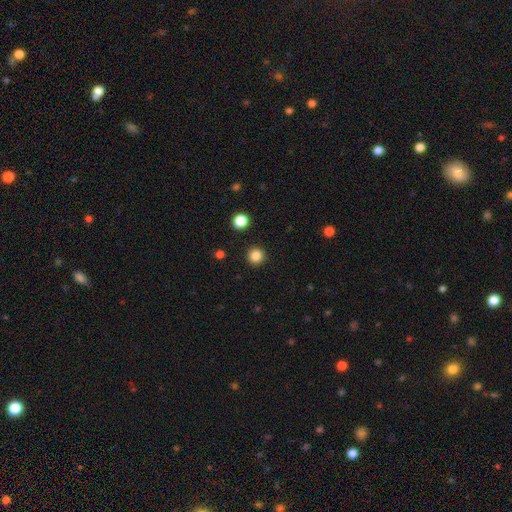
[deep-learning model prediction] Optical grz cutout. It shows a smooth galaxy with no disk features (85%) that is round (95%). Merging: none (92%).